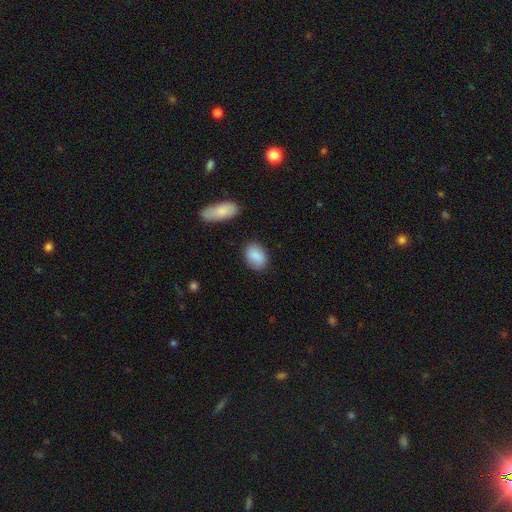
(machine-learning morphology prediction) Q: Smooth or featured?
A: smooth (88%); runner-up: star or artifact (6%)
Q: How rounded?
A: in between (83%); runner-up: round (15%)
Q: Merging?
A: none (81%); runner-up: minor disturbance (13%)